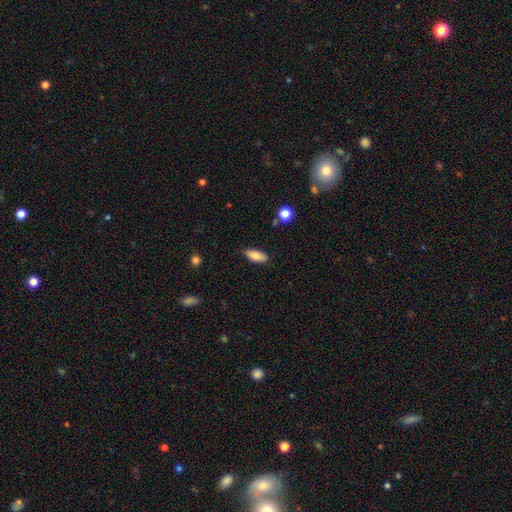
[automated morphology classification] Smooth or featured: smooth — 82% (featured or disk — 11%)
How rounded: in between — 77% (cigar-shaped — 20%)
Merging: none — 84% (minor disturbance — 12%)